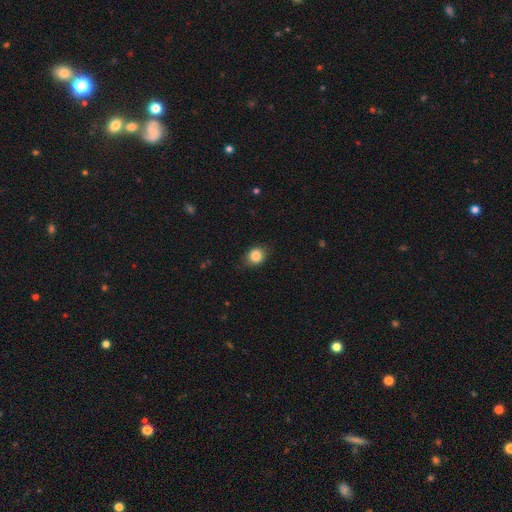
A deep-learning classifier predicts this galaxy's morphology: This is clearly a smooth galaxy (85%). How rounded: likely round (69%). Merging: clearly none (81%).